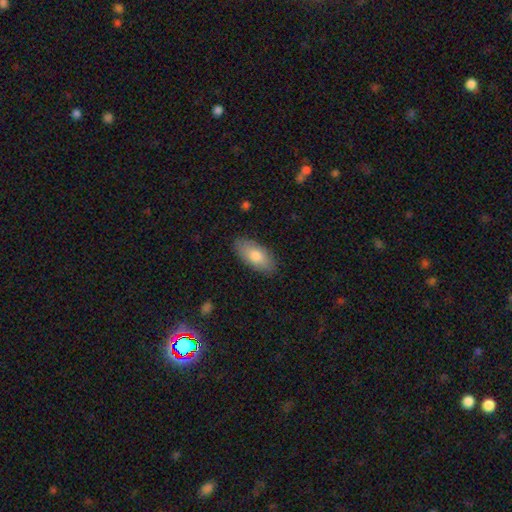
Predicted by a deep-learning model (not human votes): Q: Smooth or featured?
A: smooth (78%); runner-up: featured or disk (16%)
Q: How rounded?
A: in between (90%); runner-up: cigar-shaped (8%)
Q: Merging?
A: none (85%); runner-up: minor disturbance (11%)